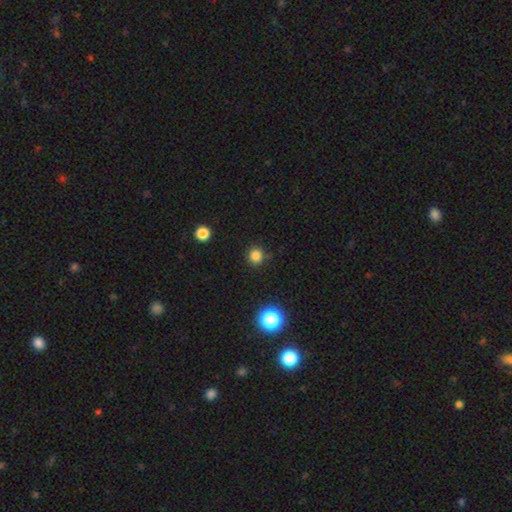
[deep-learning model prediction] This is clearly a smooth galaxy (81%). How rounded: clearly round (92%). Merging: clearly none (85%).